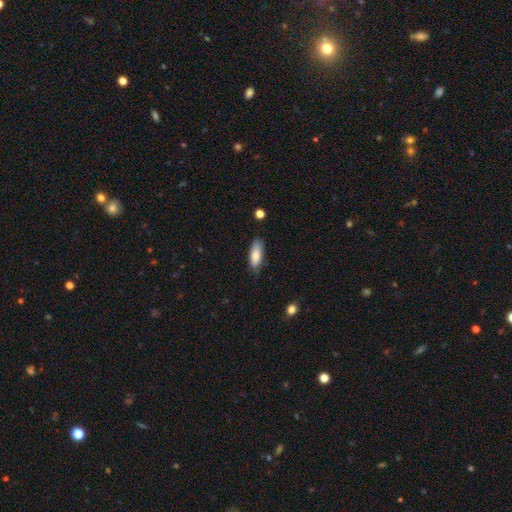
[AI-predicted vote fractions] Smooth or featured? smooth (80%)
How rounded? in between (73%)
Merging? none (73%)